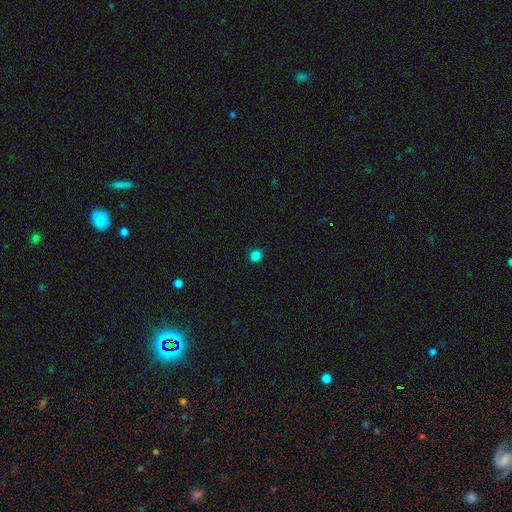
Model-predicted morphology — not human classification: This appears to be a smooth galaxy with no disk features (83%) that is round (94%). Merging: none (93%).